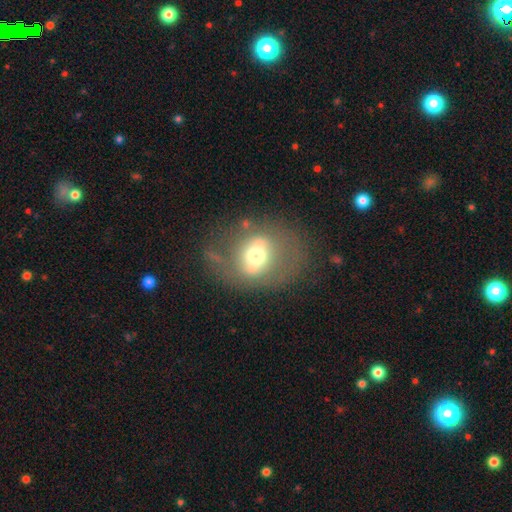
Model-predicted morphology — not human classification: A featured or disk galaxy (46%).

Vote fractions:
- Smooth or featured? featured or disk: 46% / smooth: 45% / star or artifact: 9%
- Merging? none: 59% / minor disturbance: 19% / major disturbance: 18% / merger: 3%